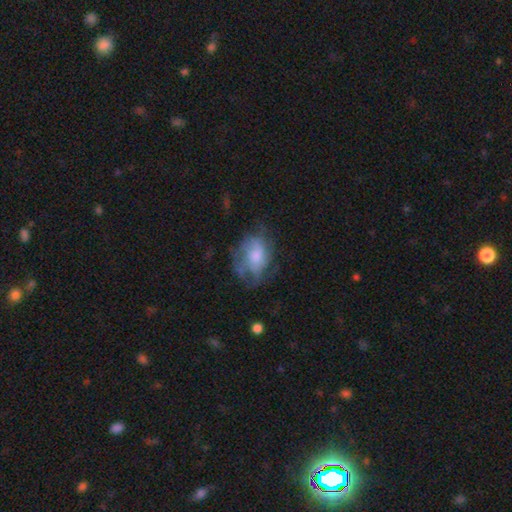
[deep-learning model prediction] Q: Smooth or featured?
A: featured or disk (49%); runner-up: smooth (42%)
Q: Merging?
A: none (50%); runner-up: minor disturbance (26%)